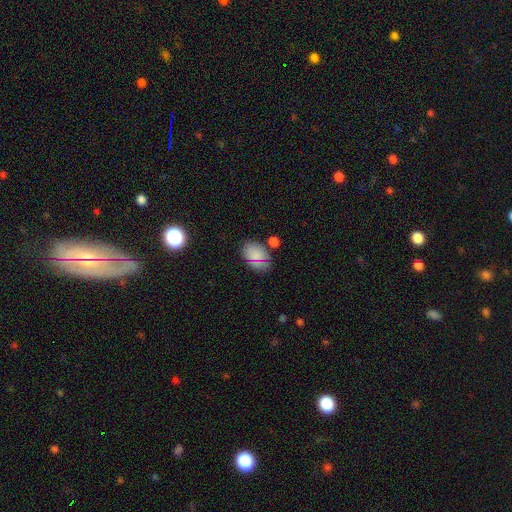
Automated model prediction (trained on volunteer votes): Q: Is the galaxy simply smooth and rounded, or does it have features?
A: smooth — 78%.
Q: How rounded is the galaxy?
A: in between — 83%.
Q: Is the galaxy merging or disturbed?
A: none — 72%.